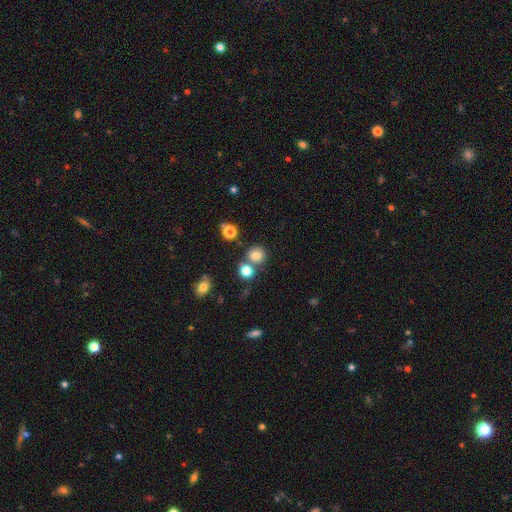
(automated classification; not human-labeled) Overall: smooth (78%). How rounded: round (87%). Merging: none (70%).